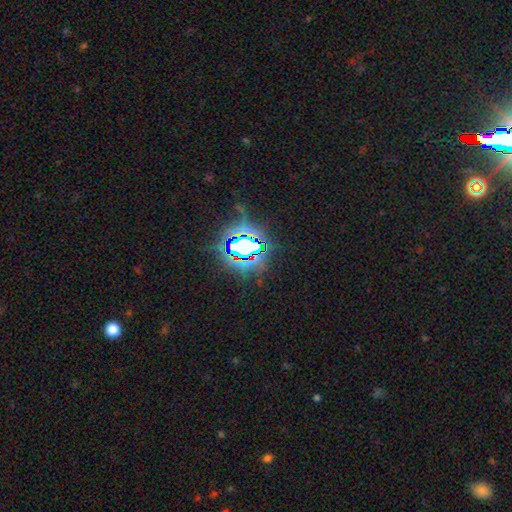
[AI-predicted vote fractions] Morphology: type=star or artifact (74%).